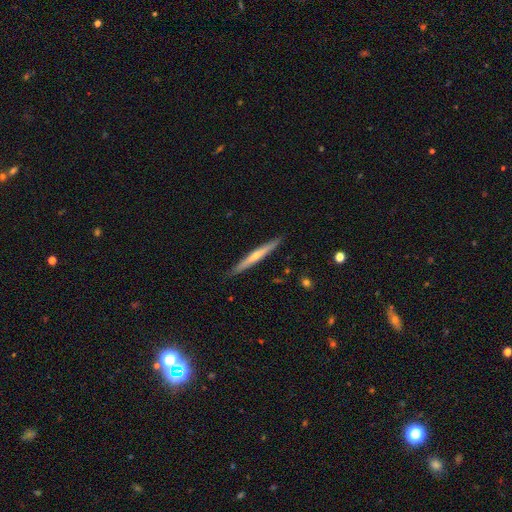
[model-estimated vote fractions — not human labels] Smooth or featured? Predicted: featured or disk (p=0.54). Edge-on disk? Predicted: yes (p=0.97). Edge-on bulge? Predicted: none (p=0.48, tied with rounded). Merging? Predicted: none (p=0.90).